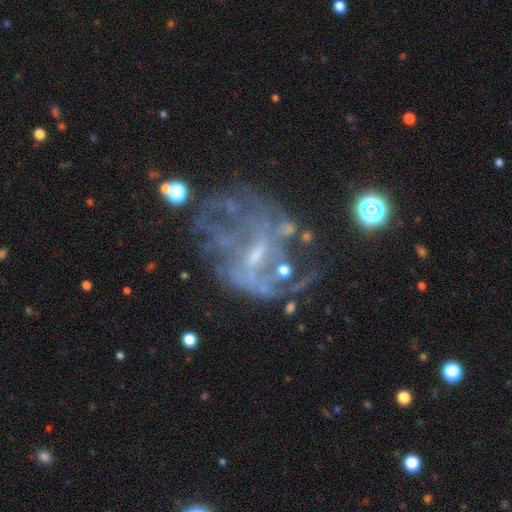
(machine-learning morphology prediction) featured or disk 74%, star or artifact 14%, smooth 11%. Down the decision tree: edge-on disk — no (97%); bar — weak (45%); spiral arms — yes (54%); bulge size — small (51%); merging — none (43%).